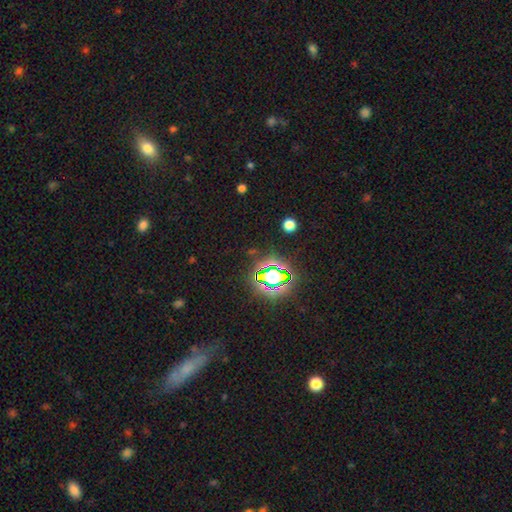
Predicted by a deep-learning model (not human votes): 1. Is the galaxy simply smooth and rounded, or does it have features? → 75% star or artifact, 17% smooth, 8% featured or disk.